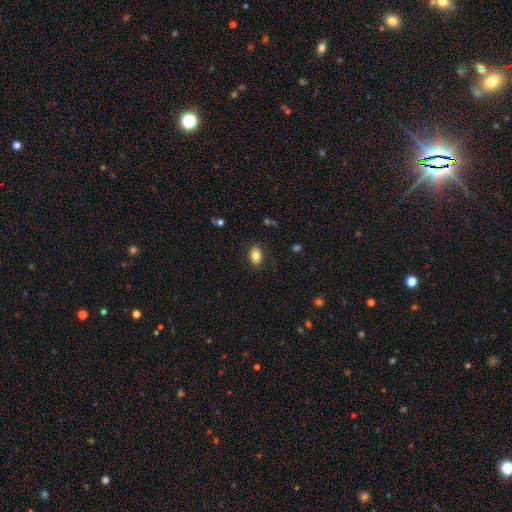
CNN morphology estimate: smooth_or_featured: smooth (p=0.83) [alt: featured or disk p=0.09]
how_rounded: in between (p=0.80) [alt: round p=0.19]
merging: none (p=0.85) [alt: minor disturbance p=0.11]